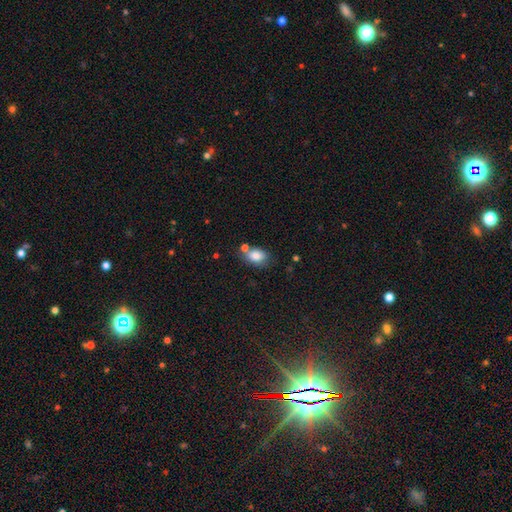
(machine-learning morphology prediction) smooth_or_featured: smooth (p=0.83) [alt: star or artifact p=0.09]
how_rounded: in between (p=0.78) [alt: round p=0.21]
merging: none (p=0.59) [alt: minor disturbance p=0.19]